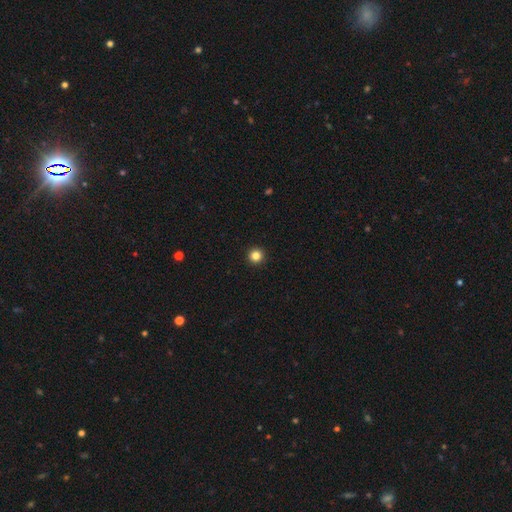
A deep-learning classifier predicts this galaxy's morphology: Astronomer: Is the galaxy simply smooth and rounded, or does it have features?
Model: smooth — 84%.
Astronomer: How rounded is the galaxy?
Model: round — 97%.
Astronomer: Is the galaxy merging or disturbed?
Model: none — 94%.